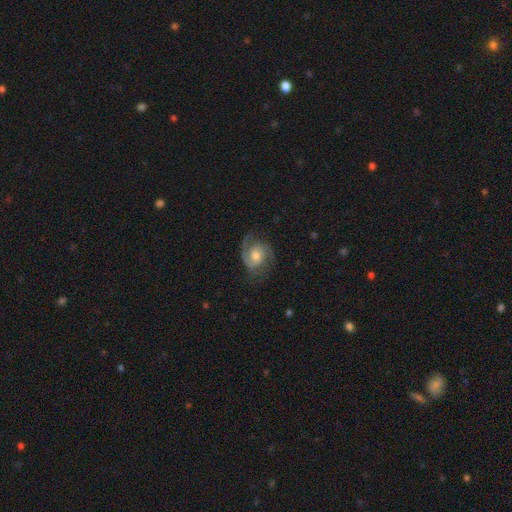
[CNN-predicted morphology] The model was most divided on "spiral winding": medium: 48%, tight: 37%, loose: 15%. More confident: edge-on disk — no (98%); spiral arms — yes (97%); spiral arm count — 2 (84%); smooth or featured — featured or disk (84%); merging — none (73%); bulge size — moderate (64%); bar — no (62%).